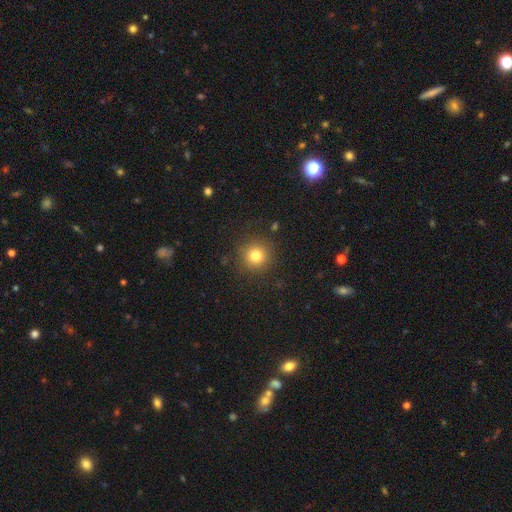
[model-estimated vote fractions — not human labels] The model was most divided on "smooth or featured": smooth: 80%, star or artifact: 13%, featured or disk: 7%. More confident: how rounded — round (94%); merging — none (89%).